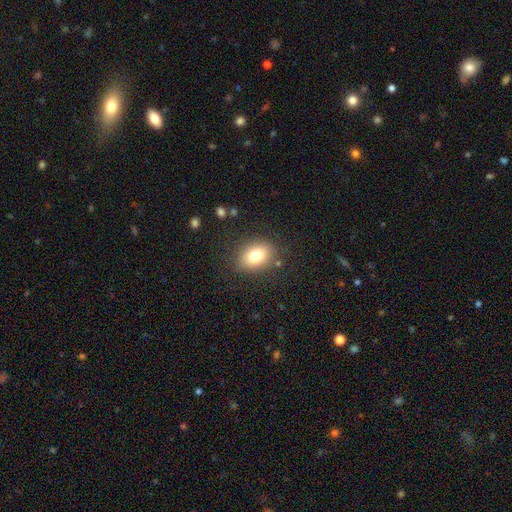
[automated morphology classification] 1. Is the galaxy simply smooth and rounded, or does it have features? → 79% smooth, 11% featured or disk, 10% star or artifact.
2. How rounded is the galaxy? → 74% in between, 24% round, 1% cigar-shaped.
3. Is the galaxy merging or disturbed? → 82% none, 12% minor disturbance, 4% major disturbance, 2% merger.